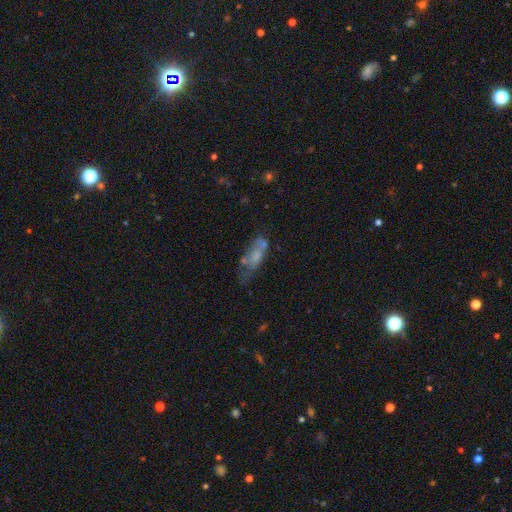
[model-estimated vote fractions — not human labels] Q: Smooth or featured?
A: smooth (53%); runner-up: featured or disk (36%)
Q: How rounded?
A: in between (72%); runner-up: cigar-shaped (24%)
Q: Merging?
A: none (28%); runner-up: major disturbance (24%)